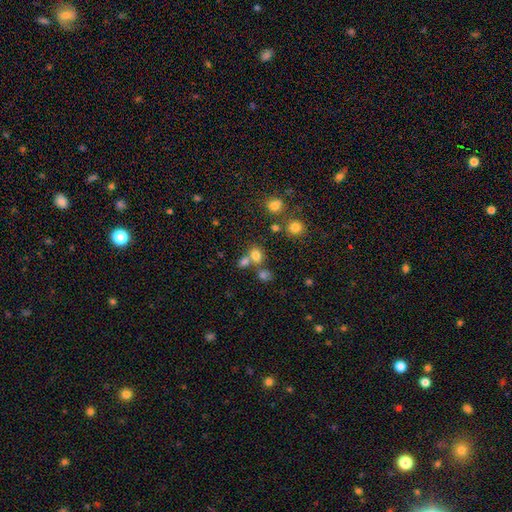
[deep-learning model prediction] Smooth or featured?
  - smooth: 72% *
  - star or artifact: 18%
  - featured or disk: 10%
How rounded?
  - round: 55% *
  - in between: 44%
  - cigar-shaped: 1%
Merging?
  - none: 49% *
  - merger: 37%
  - minor disturbance: 9%
  - major disturbance: 5%